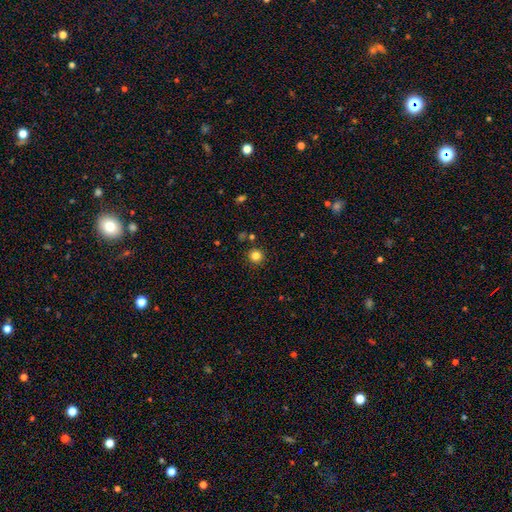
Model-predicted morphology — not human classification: This appears to be a smooth galaxy with no disk features (83%) that is round (95%). Merging: none (89%).